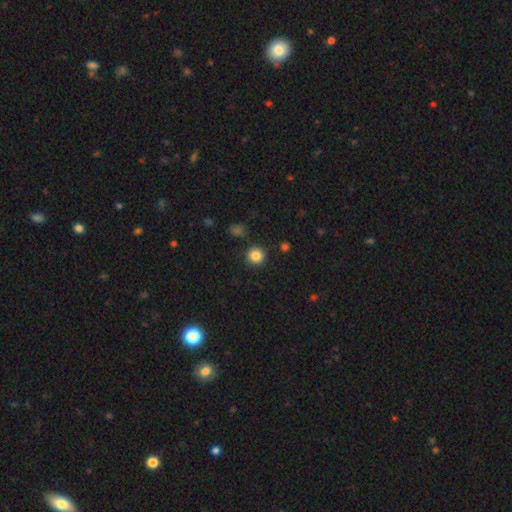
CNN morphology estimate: This appears to be a smooth galaxy with no disk features (85%) that is round (94%). Merging: none (90%).